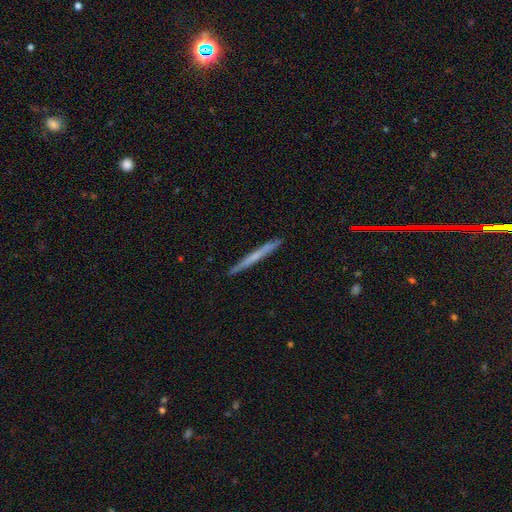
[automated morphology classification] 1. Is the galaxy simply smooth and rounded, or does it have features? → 49% featured or disk, 45% smooth, 7% star or artifact.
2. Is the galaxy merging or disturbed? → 91% none, 6% minor disturbance, 1% major disturbance, 1% merger.